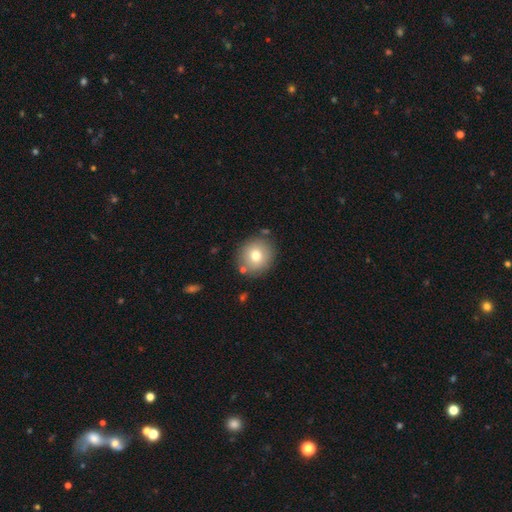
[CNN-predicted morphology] type=smooth (74%); roundness=round (87%); merging=none (83%).